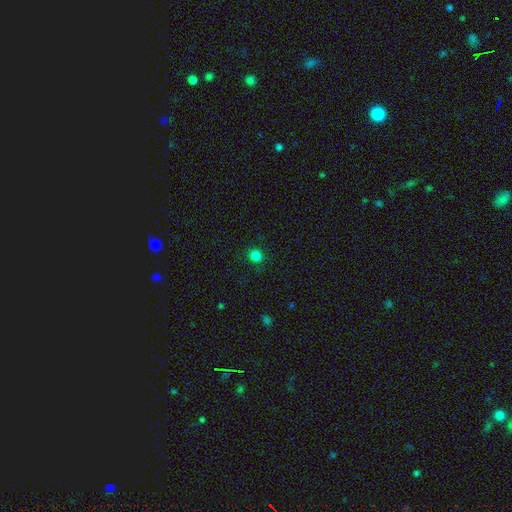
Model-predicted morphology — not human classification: The model was most divided on "smooth or featured": smooth: 83%, star or artifact: 14%, featured or disk: 4%. More confident: how rounded — round (92%); merging — none (91%).